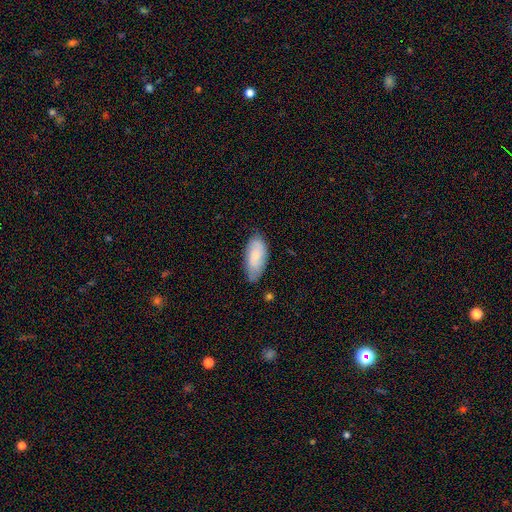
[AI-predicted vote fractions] smooth-or-featured: smooth: 72% | featured or disk: 22% | star or artifact: 6%
  how-rounded: in between: 89% | cigar-shaped: 9% | round: 2%
  merging: none: 71% | minor disturbance: 24% | major disturbance: 4% | merger: 2%